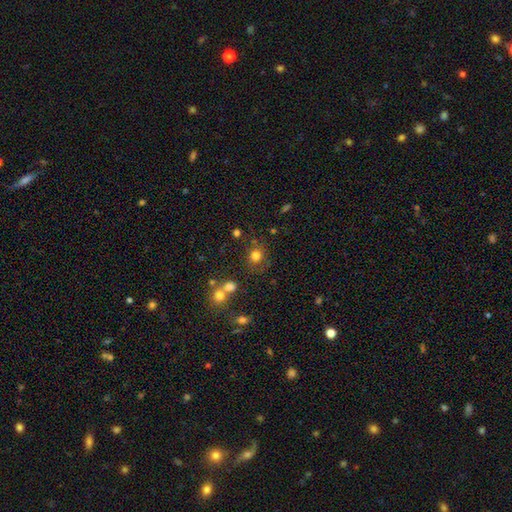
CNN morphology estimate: smooth_or_featured: smooth (p=0.78) [alt: star or artifact p=0.15]
how_rounded: round (p=0.84) [alt: in between p=0.15]
merging: none (p=0.73) [alt: minor disturbance p=0.13]